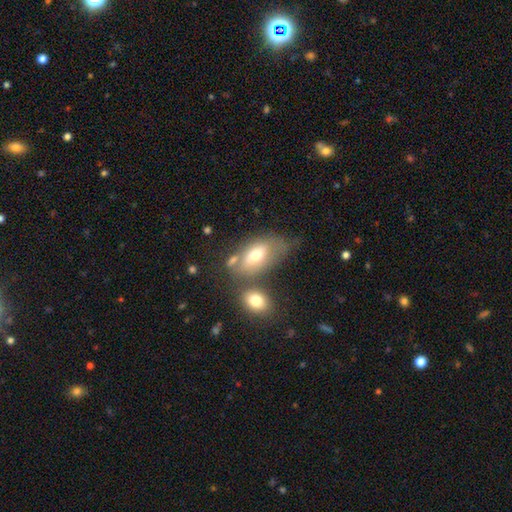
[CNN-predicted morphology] This is likely a smooth galaxy (65%). How rounded: clearly in between (88%). Merging: marginally none (42%).